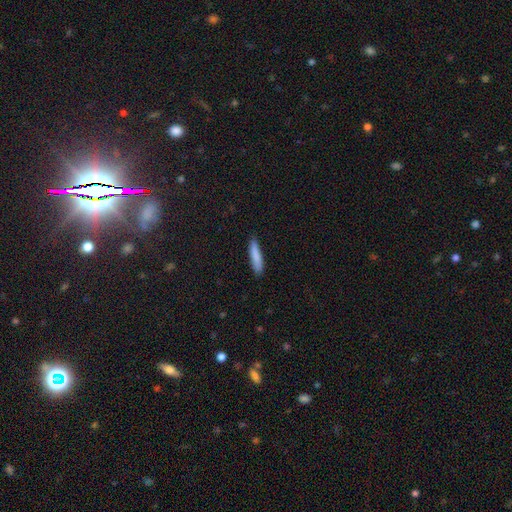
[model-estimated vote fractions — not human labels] A smooth galaxy with no disk features (85%) that is cigar-shaped (83%). Merging: none (86%).